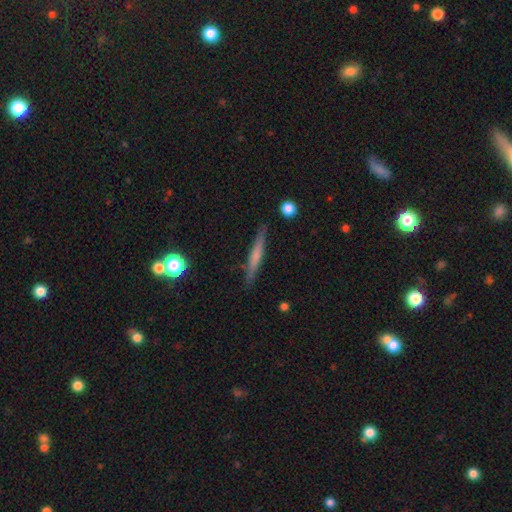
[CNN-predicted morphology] The model was most divided on "smooth or featured": smooth: 50%, featured or disk: 44%, star or artifact: 7%. More confident: merging — none (87%).